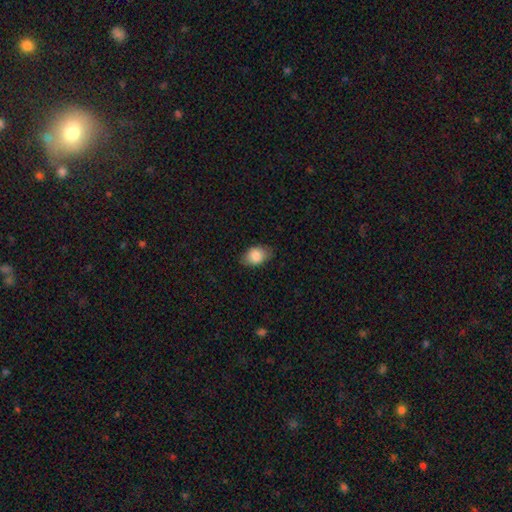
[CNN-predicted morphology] A smooth galaxy with no disk features (84%) that is in between round and cigar-shaped (84%).

Vote fractions:
- Smooth or featured? smooth: 84% / featured or disk: 9% / star or artifact: 7%
- How rounded? in between: 84% / round: 14% / cigar-shaped: 1%
- Merging? none: 80% / minor disturbance: 16% / major disturbance: 3% / merger: 1%